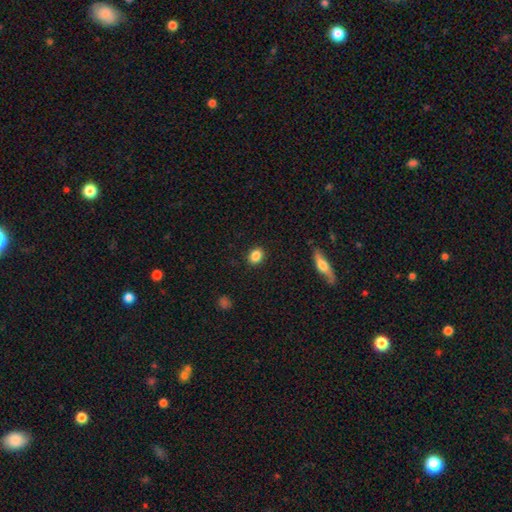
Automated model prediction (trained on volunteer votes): A smooth galaxy with no disk features (86%) that is round (54%). Merging: none (90%).